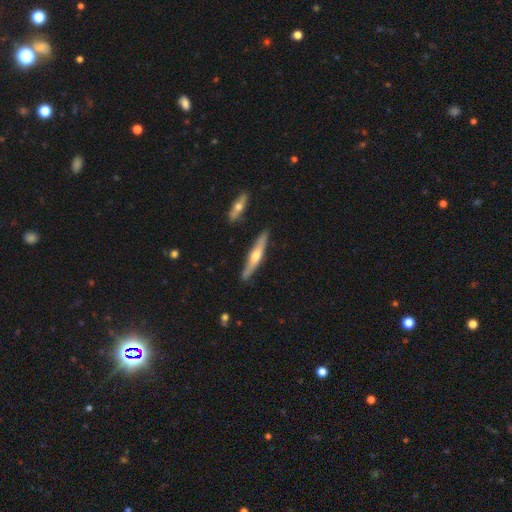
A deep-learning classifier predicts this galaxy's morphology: Overall: featured or disk (62%; smooth 33%). Edge-on disk: yes (94%). Edge-on bulge: rounded (88%). Merging: none (86%).